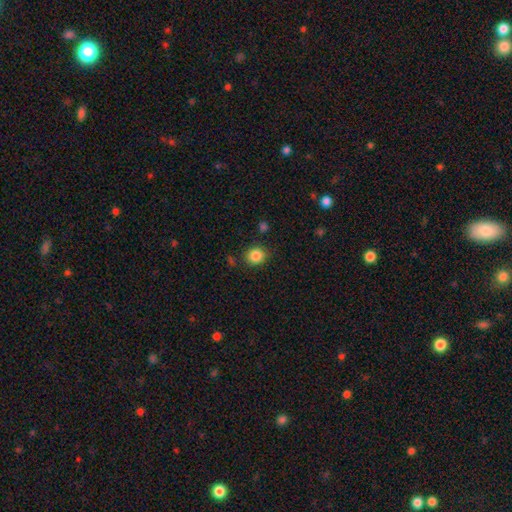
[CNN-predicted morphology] smooth 86%, star or artifact 10%, featured or disk 4%. Down the decision tree: how rounded — round (81%); merging — none (86%).